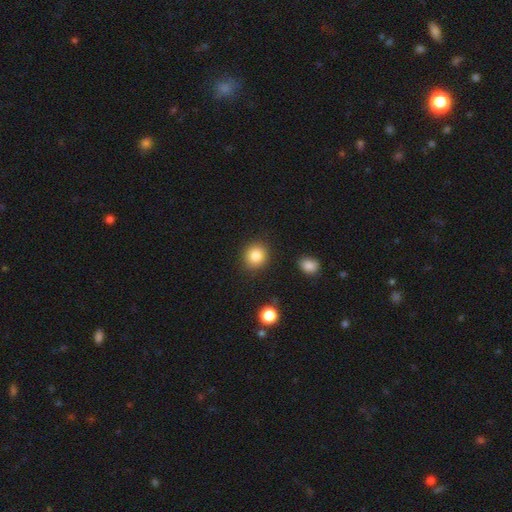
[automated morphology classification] smooth-or-featured: smooth: 84% | star or artifact: 10% | featured or disk: 6%
  how-rounded: round: 84% | in between: 15% | cigar-shaped: 1%
  merging: none: 89% | minor disturbance: 7% | major disturbance: 2% | merger: 2%